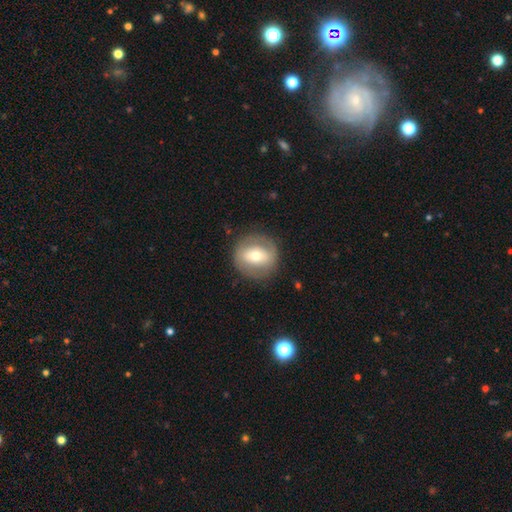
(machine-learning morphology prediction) Smooth or featured?
  - featured or disk: 47% *
  - smooth: 46%
  - star or artifact: 7%
Merging?
  - none: 83% *
  - minor disturbance: 10%
  - major disturbance: 5%
  - merger: 1%